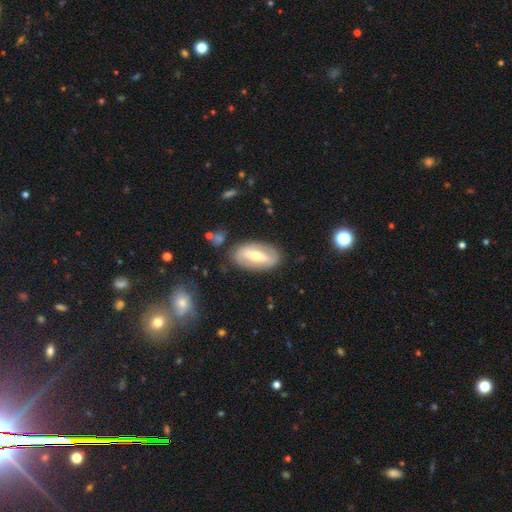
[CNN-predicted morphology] Smooth or featured? Predicted: featured or disk (p=0.59). Edge-on disk? Predicted: no (p=0.82). Merging? Predicted: none (p=0.80).